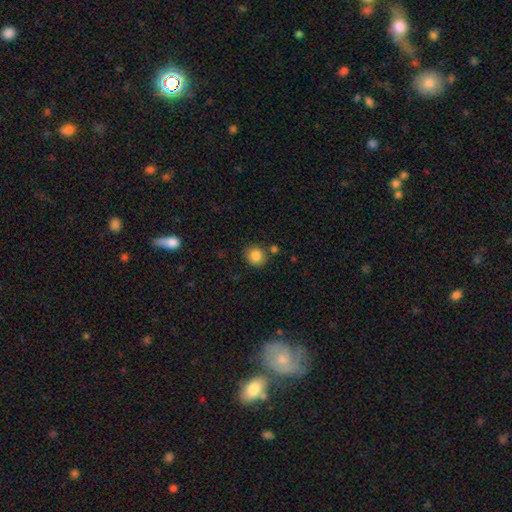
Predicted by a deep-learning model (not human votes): Smooth or featured?
  - smooth: 85% *
  - star or artifact: 9%
  - featured or disk: 5%
How rounded?
  - round: 83% *
  - in between: 16%
  - cigar-shaped: 1%
Merging?
  - none: 81% *
  - minor disturbance: 9%
  - merger: 7%
  - major disturbance: 3%